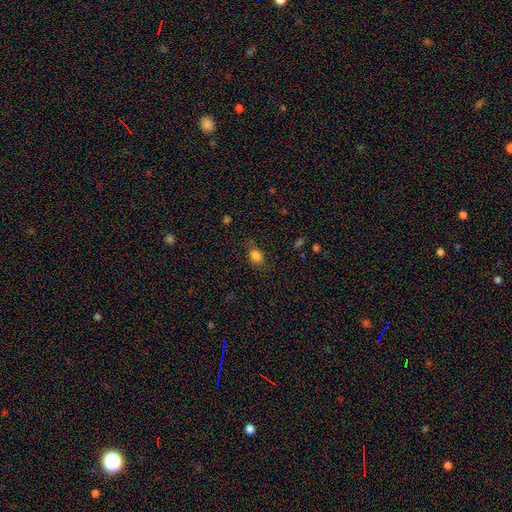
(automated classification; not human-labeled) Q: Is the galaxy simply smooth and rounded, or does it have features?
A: smooth — 82%.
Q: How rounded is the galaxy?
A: in between — 80%.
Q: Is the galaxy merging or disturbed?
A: none — 71%.